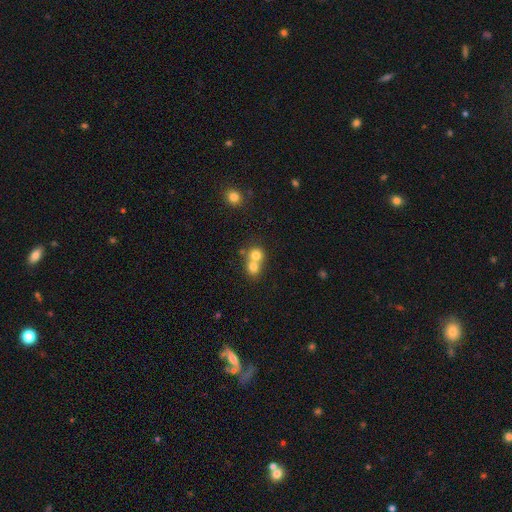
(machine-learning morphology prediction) A smooth galaxy with no disk features (74%) that is round (80%).

Vote fractions:
- Smooth or featured? smooth: 74% / featured or disk: 14% / star or artifact: 11%
- How rounded? round: 80% / in between: 19% / cigar-shaped: 1%
- Merging? merger: 64% / none: 30% / minor disturbance: 4% / major disturbance: 2%